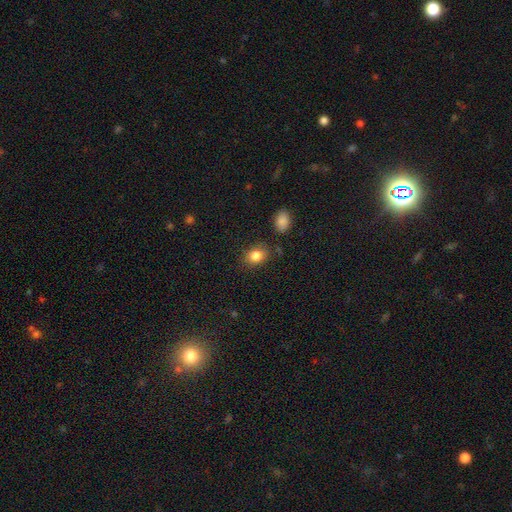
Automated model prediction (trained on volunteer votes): Morphology: type=smooth (84%); roundness=in between (61%); merging=none (81%).